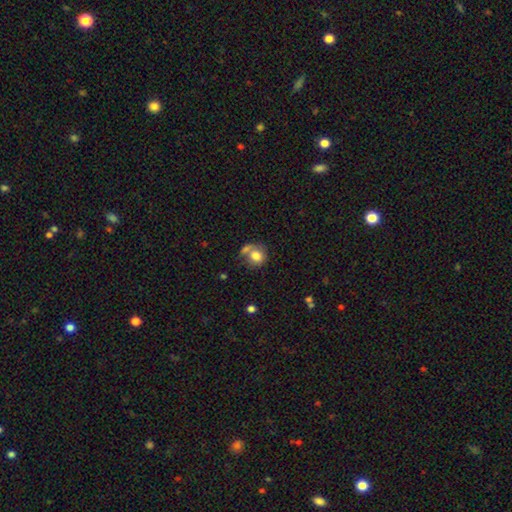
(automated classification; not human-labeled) Smooth or featured: smooth — 77% (featured or disk — 14%)
How rounded: round — 76% (in between — 23%)
Merging: none — 41% (merger — 35%)